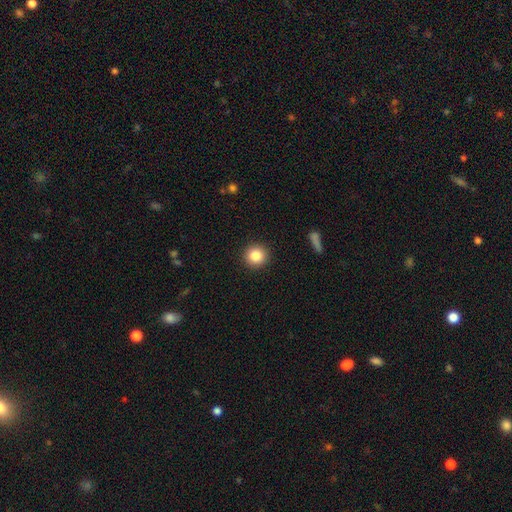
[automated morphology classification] This appears to be a smooth galaxy with no disk features (85%) that is round (93%). Merging: none (92%).